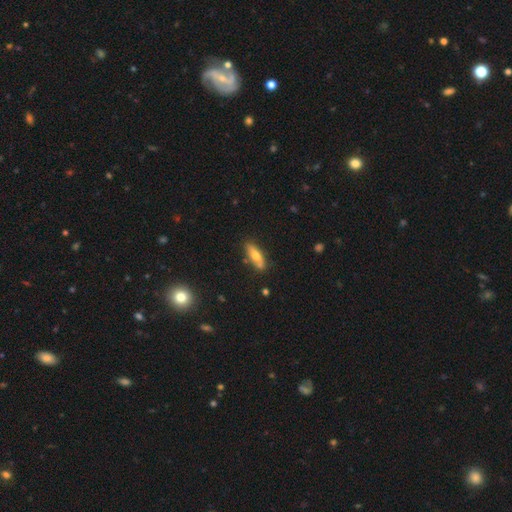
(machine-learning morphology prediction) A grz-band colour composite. It shows a smooth galaxy with no disk features (57%) that is in between round and cigar-shaped (49%). Merging: none (74%).